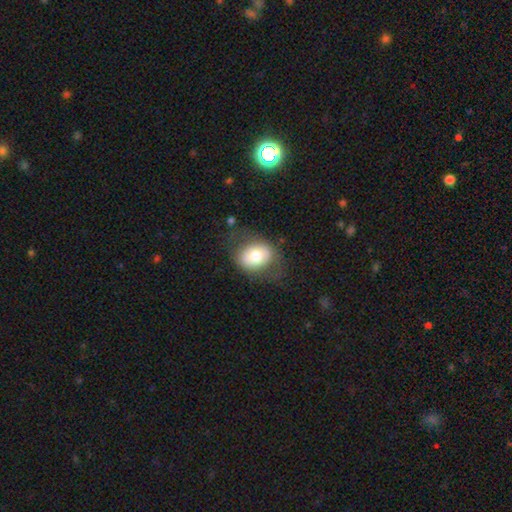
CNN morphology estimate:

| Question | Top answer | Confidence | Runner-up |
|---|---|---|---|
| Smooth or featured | smooth | 69% | featured or disk (23%) |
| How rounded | in between | 56% | round (43%) |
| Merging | none | 67% | minor disturbance (19%) |